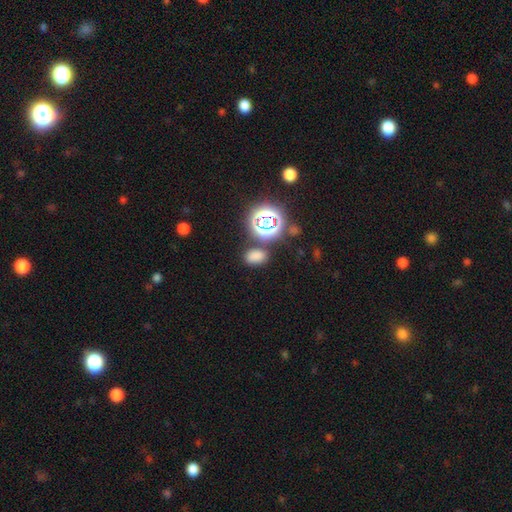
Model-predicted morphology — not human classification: The model was most divided on "smooth or featured": smooth: 70%, star or artifact: 24%, featured or disk: 6%. More confident: how rounded — in between (79%); merging — none (78%).